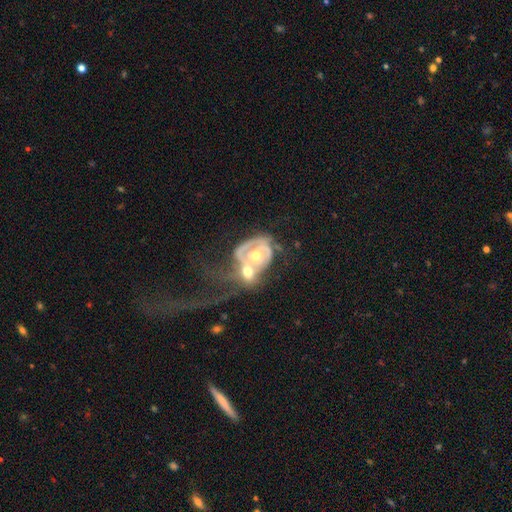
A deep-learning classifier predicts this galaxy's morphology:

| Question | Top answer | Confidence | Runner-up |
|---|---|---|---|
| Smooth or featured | featured or disk | 76% | smooth (18%) |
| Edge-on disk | no | 96% | yes (4%) |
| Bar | no | 72% | weak (21%) |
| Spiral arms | yes | 66% | no (34%) |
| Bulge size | moderate | 72% | small (20%) |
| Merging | merger | 73% | major disturbance (14%) |